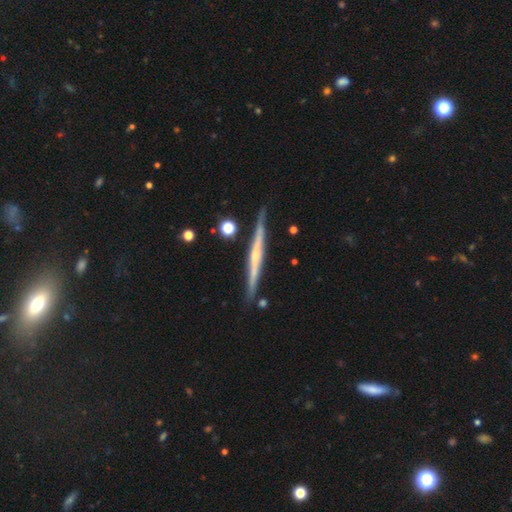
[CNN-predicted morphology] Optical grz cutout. It shows a featured or disk galaxy (76%) viewed edge-on (98%) with a rounded central bulge (55%). Merging: none (87%).